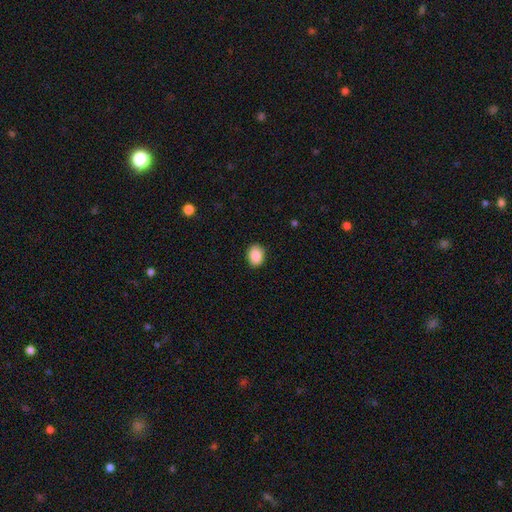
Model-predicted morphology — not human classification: Q: Smooth or featured?
A: smooth (89%); runner-up: star or artifact (8%)
Q: How rounded?
A: in between (63%); runner-up: round (36%)
Q: Merging?
A: none (88%); runner-up: minor disturbance (9%)